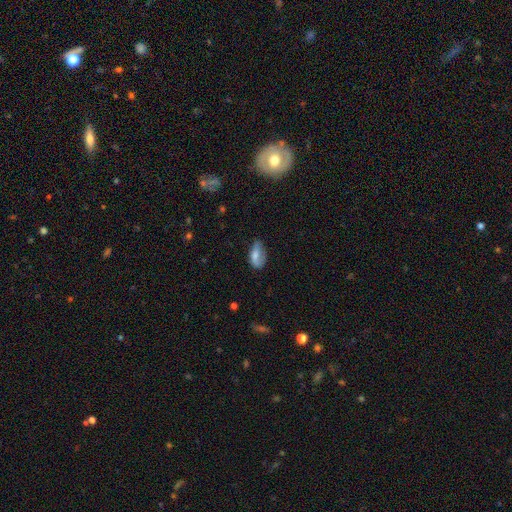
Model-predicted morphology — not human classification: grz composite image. It shows a smooth galaxy with no disk features (65%) that is in between round and cigar-shaped (90%). Merging: none (42%).